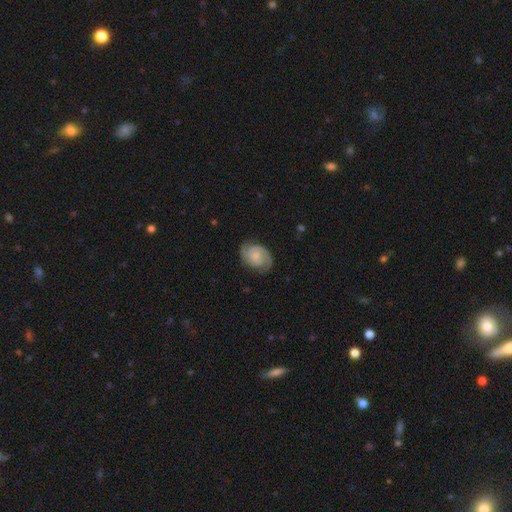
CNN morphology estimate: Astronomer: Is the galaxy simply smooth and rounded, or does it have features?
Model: featured or disk — 55% (runner-up: smooth, 38%).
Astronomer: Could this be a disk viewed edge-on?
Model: no — 97%.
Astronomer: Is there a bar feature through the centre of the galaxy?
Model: no — 68%.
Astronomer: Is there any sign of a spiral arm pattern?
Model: yes — 88%.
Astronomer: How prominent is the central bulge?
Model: small — 51% (runner-up: moderate, 33%).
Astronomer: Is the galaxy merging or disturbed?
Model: none — 70%.